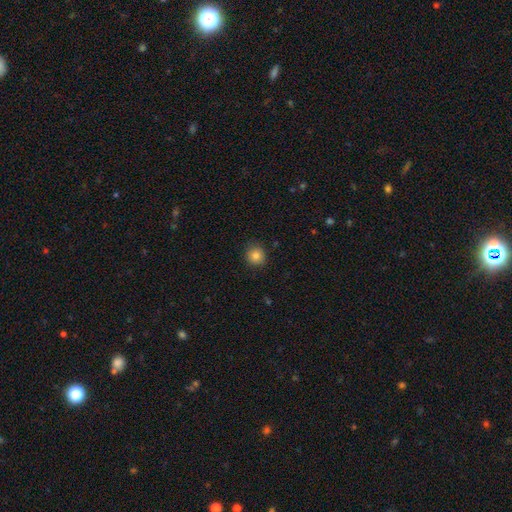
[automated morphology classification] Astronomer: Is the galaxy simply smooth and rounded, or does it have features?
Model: smooth — 82%.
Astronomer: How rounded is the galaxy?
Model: round — 92%.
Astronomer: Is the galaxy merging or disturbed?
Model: none — 87%.